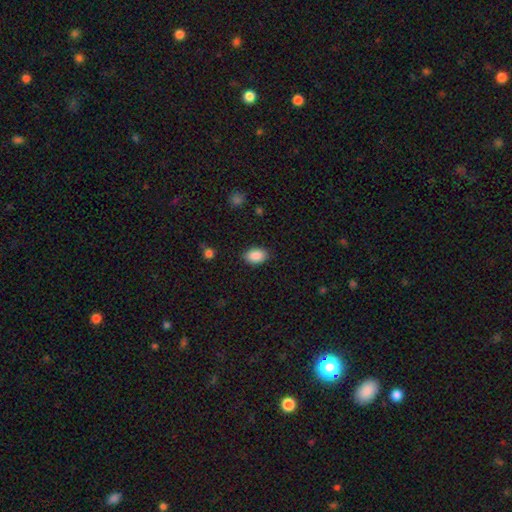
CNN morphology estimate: smooth 89%, star or artifact 7%, featured or disk 4%. Down the decision tree: how rounded — in between (87%); merging — none (88%).